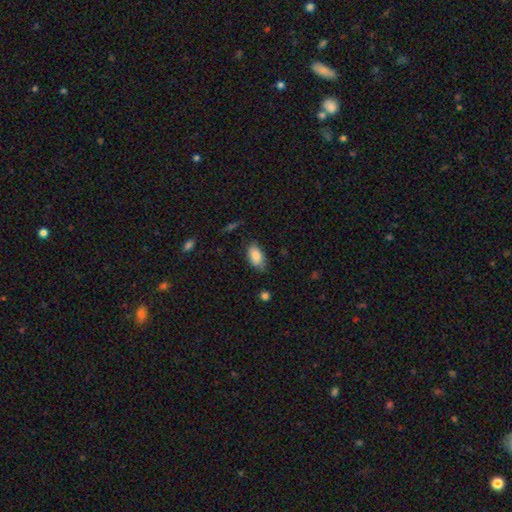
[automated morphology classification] Overall: smooth (84%). How rounded: in between (93%). Merging: none (69%).